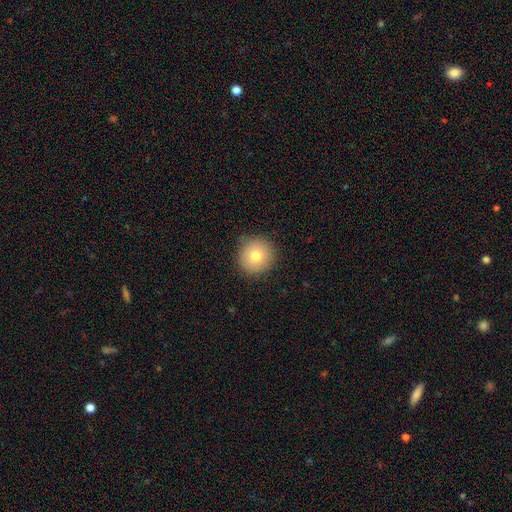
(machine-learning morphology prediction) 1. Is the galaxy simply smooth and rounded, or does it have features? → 76% smooth, 13% featured or disk, 10% star or artifact.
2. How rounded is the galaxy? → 93% round, 6% in between, 1% cigar-shaped.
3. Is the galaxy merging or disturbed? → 85% none, 11% minor disturbance, 3% major disturbance, 1% merger.